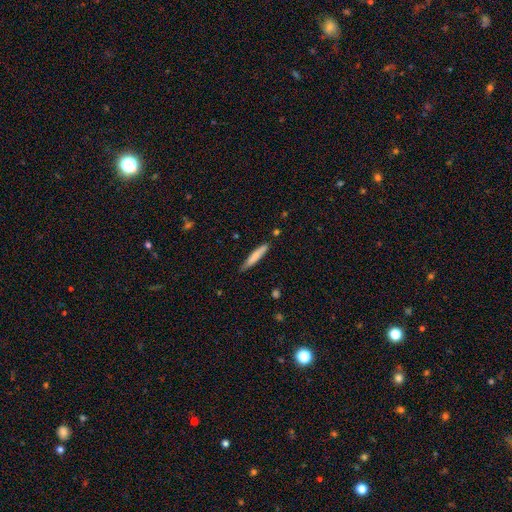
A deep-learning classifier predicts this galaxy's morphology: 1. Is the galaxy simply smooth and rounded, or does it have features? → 76% smooth, 19% featured or disk, 6% star or artifact.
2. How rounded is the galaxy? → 91% cigar-shaped, 8% in between, 1% round.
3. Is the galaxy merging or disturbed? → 78% none, 18% minor disturbance, 2% major disturbance, 2% merger.